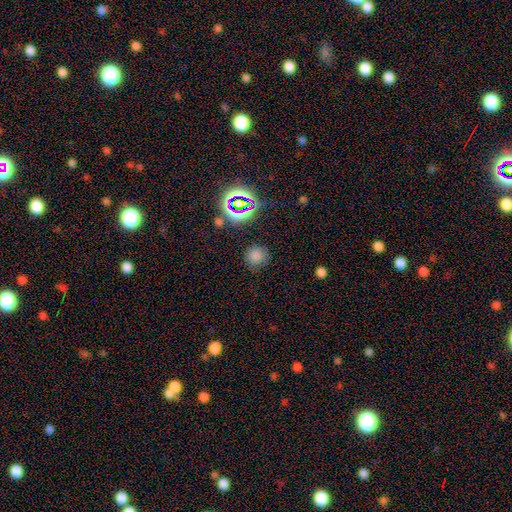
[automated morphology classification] smooth_or_featured: smooth (p=0.70) [alt: star or artifact p=0.24]
how_rounded: round (p=0.91) [alt: in between p=0.08]
merging: none (p=0.81) [alt: minor disturbance p=0.12]